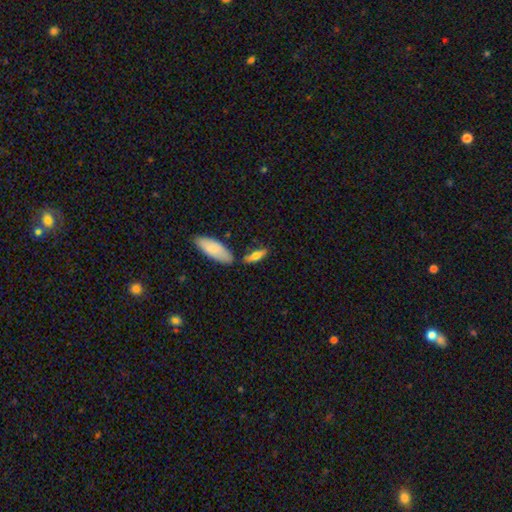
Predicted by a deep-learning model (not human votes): Smooth or featured? smooth (65%)
How rounded? cigar-shaped (51%)
Merging? none (70%)